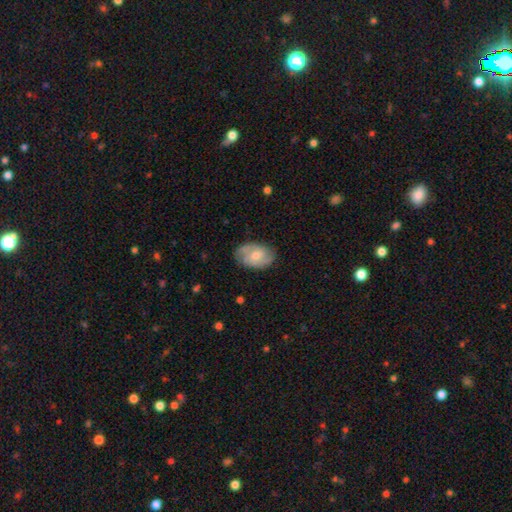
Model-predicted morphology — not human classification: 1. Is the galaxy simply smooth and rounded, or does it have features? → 60% featured or disk, 34% smooth, 6% star or artifact.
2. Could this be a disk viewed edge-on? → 96% no, 4% yes.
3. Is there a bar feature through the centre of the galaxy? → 57% no, 37% weak, 6% strong.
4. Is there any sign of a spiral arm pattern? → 86% yes, 14% no.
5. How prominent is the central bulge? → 51% moderate, 43% small, 3% large, 3% none, 1% dominant.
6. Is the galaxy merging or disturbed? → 75% none, 19% minor disturbance, 5% major disturbance, 1% merger.